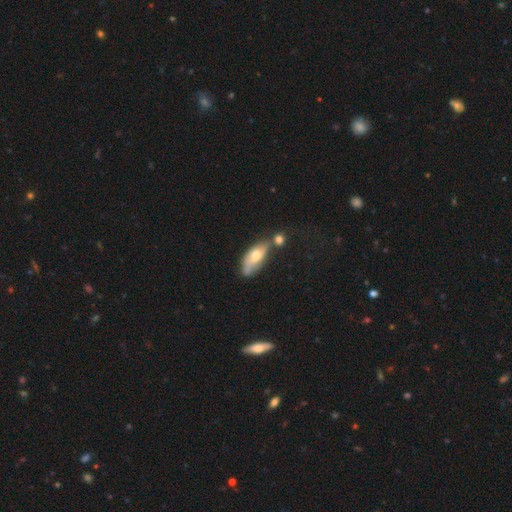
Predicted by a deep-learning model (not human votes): Smooth or featured? Predicted: smooth (p=0.59). How rounded? Predicted: in between (p=0.74). Merging? Predicted: none (p=0.37).